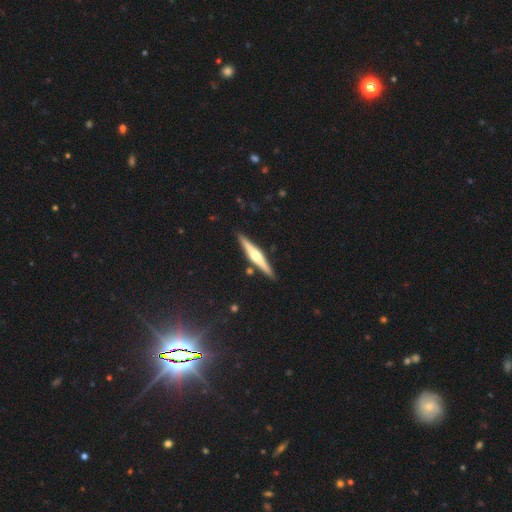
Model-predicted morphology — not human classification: This appears to be a featured or disk galaxy (72%) viewed edge-on (98%) with a rounded central bulge (89%). Merging: none (88%).